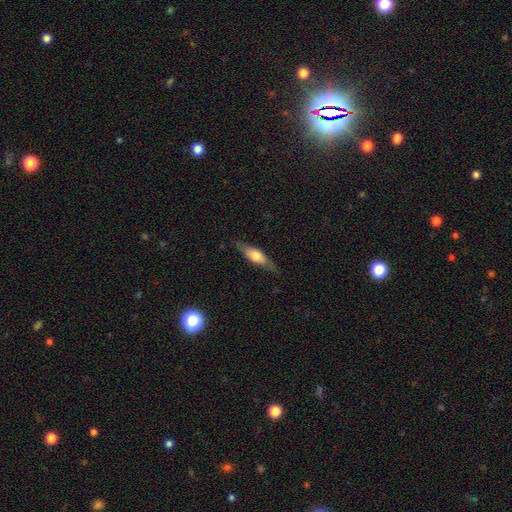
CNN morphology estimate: smooth 52%, featured or disk 41%, star or artifact 6%. Down the decision tree: how rounded — in between (49%); merging — none (78%).